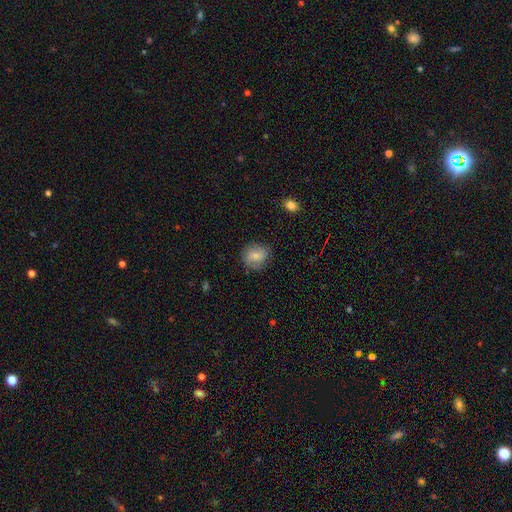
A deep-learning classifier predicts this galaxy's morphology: smooth 68%, featured or disk 24%, star or artifact 8%. Down the decision tree: how rounded — round (75%); merging — none (75%).